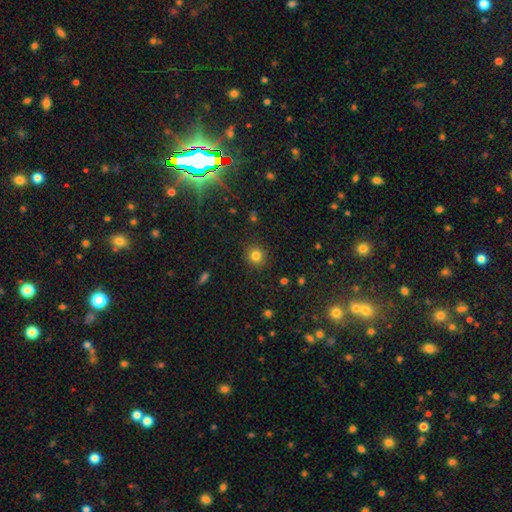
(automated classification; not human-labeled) A smooth galaxy with no disk features (80%) that is round (90%). Merging: none (90%).